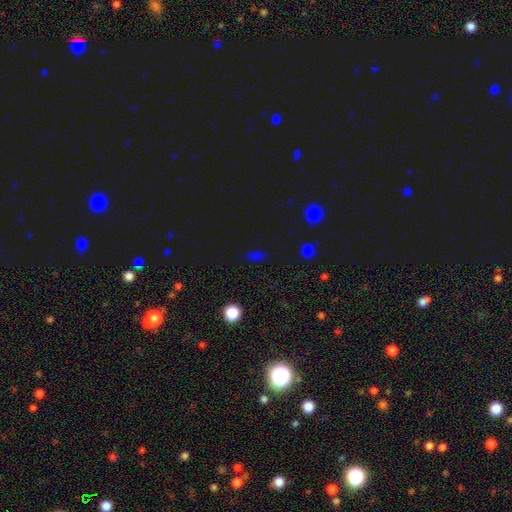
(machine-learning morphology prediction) type=smooth (52%); roundness=in between (58%); merging=none (84%).